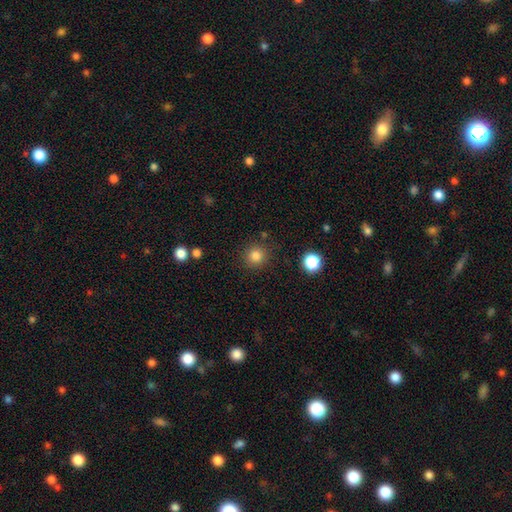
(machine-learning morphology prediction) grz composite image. It shows a smooth galaxy with no disk features (82%) that is round (93%). Merging: none (88%).